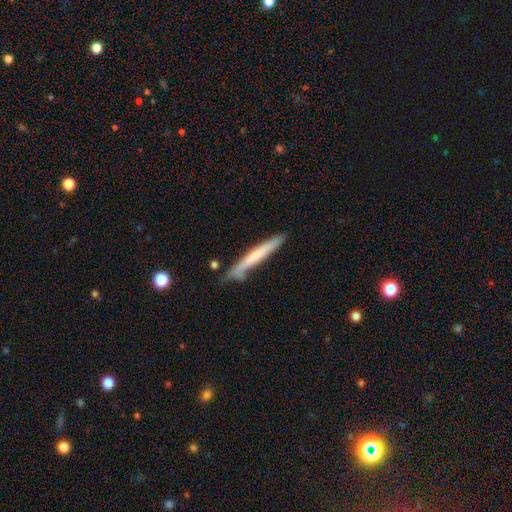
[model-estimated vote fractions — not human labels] smooth_or_featured: smooth (p=0.58) [alt: featured or disk p=0.36]
how_rounded: cigar-shaped (p=0.96) [alt: in between p=0.03]
merging: none (p=0.74) [alt: minor disturbance p=0.18]